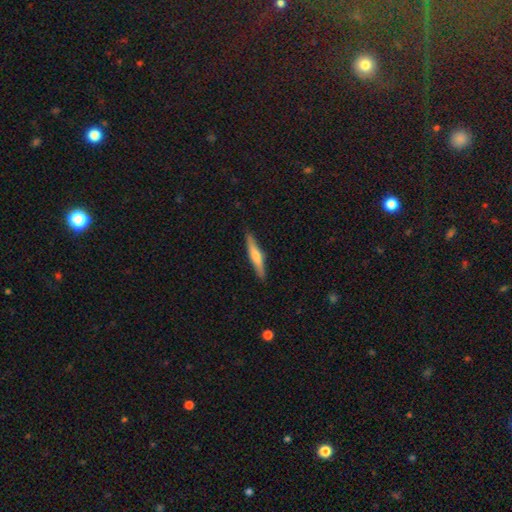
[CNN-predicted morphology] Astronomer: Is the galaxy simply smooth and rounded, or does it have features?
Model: smooth — 52% (runner-up: featured or disk, 43%).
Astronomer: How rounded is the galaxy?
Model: cigar-shaped — 91%.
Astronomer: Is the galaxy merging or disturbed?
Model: none — 87%.